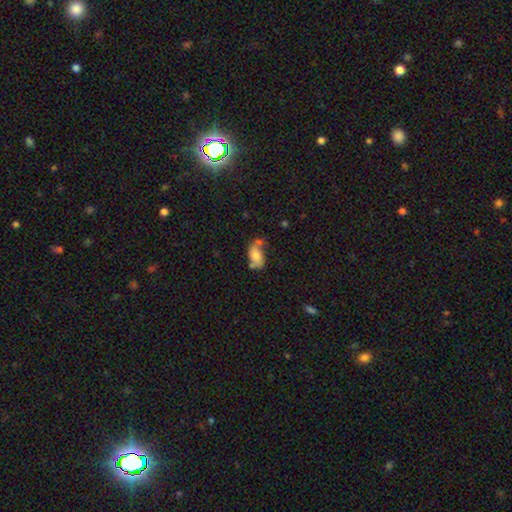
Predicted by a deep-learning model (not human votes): smooth-or-featured: smooth: 66% | featured or disk: 24% | star or artifact: 10%
  how-rounded: in between: 90% | round: 6% | cigar-shaped: 4%
  merging: none: 38% | minor disturbance: 24% | merger: 23% | major disturbance: 14%